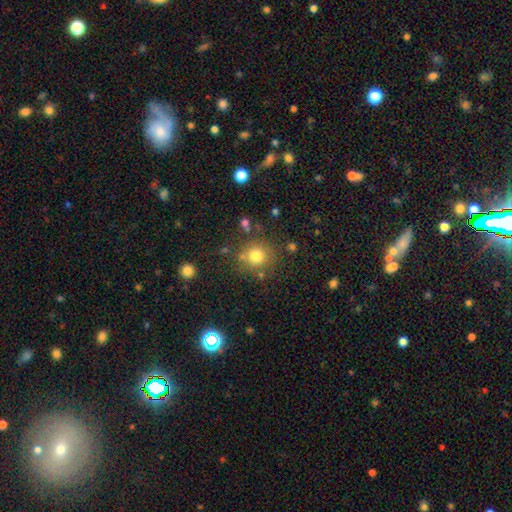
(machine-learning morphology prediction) A smooth galaxy with no disk features (78%) that is round (90%).

Vote fractions:
- Smooth or featured? smooth: 78% / star or artifact: 14% / featured or disk: 9%
- How rounded? round: 90% / in between: 9% / cigar-shaped: 1%
- Merging? none: 77% / minor disturbance: 11% / merger: 7% / major disturbance: 5%